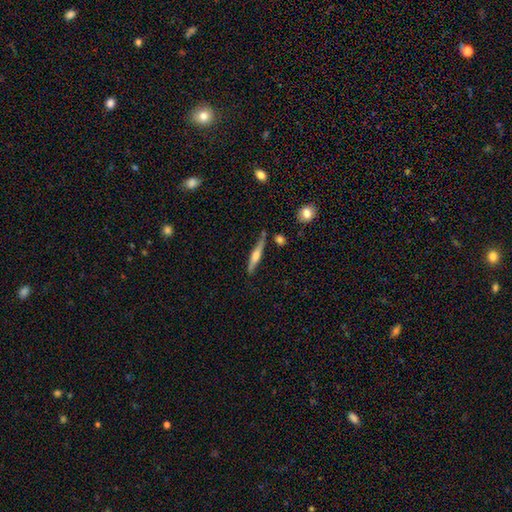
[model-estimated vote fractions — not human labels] Overall: featured or disk (53%; smooth 42%). Edge-on disk: yes (95%). Edge-on bulge: rounded (82%). Merging: none (78%).